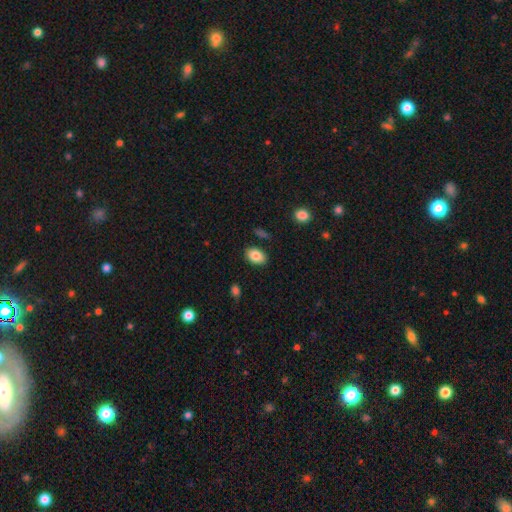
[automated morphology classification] Q: Smooth or featured?
A: smooth (85%); runner-up: star or artifact (8%)
Q: How rounded?
A: in between (86%); runner-up: round (13%)
Q: Merging?
A: none (85%); runner-up: minor disturbance (10%)